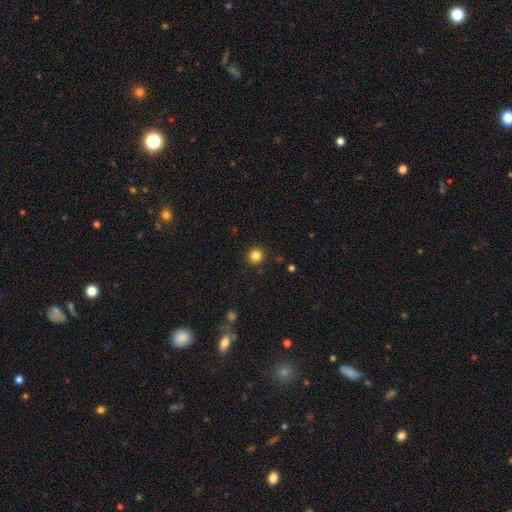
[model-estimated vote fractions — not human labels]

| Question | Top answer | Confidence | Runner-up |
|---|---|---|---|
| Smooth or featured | smooth | 83% | star or artifact (12%) |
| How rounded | round | 88% | in between (11%) |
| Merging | none | 91% | minor disturbance (6%) |